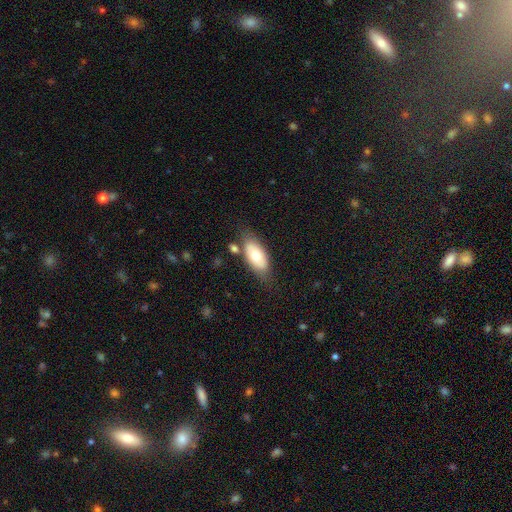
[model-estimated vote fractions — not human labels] smooth_or_featured: smooth (p=0.67) [alt: featured or disk p=0.26]
how_rounded: in between (p=0.89) [alt: cigar-shaped p=0.08]
merging: none (p=0.68) [alt: minor disturbance p=0.18]